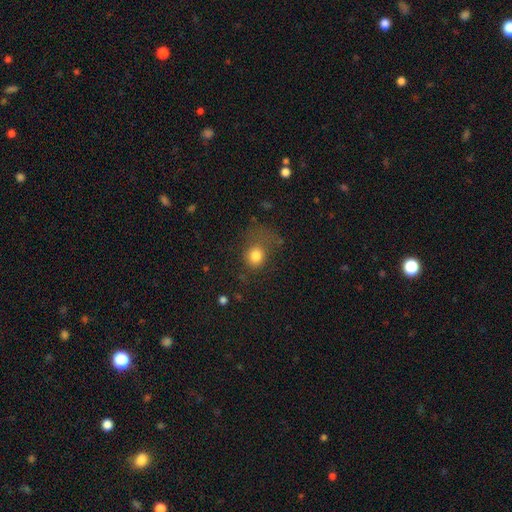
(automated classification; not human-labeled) Smooth or featured? smooth (79%)
How rounded? round (68%)
Merging? none (49%)